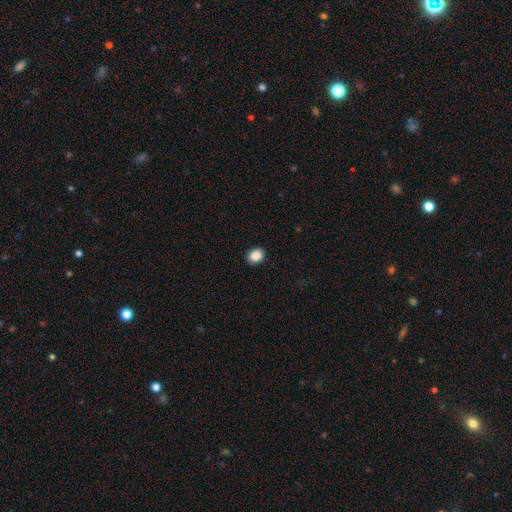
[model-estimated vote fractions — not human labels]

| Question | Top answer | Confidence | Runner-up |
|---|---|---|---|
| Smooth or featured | smooth | 88% | star or artifact (9%) |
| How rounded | round | 58% | in between (41%) |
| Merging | none | 91% | minor disturbance (6%) |